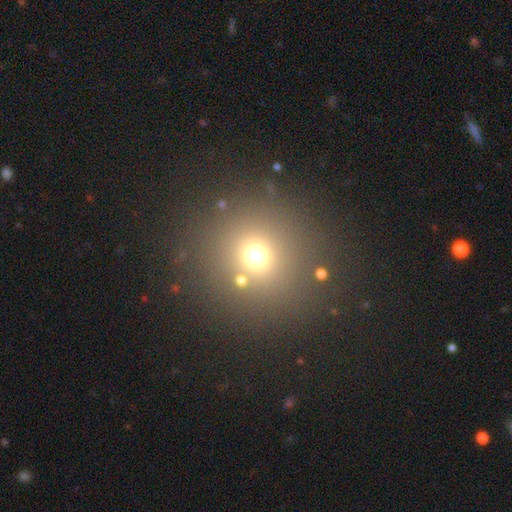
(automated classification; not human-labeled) The model was most divided on "smooth or featured": smooth: 66%, star or artifact: 26%, featured or disk: 8%. More confident: how rounded — round (92%); merging — none (81%).